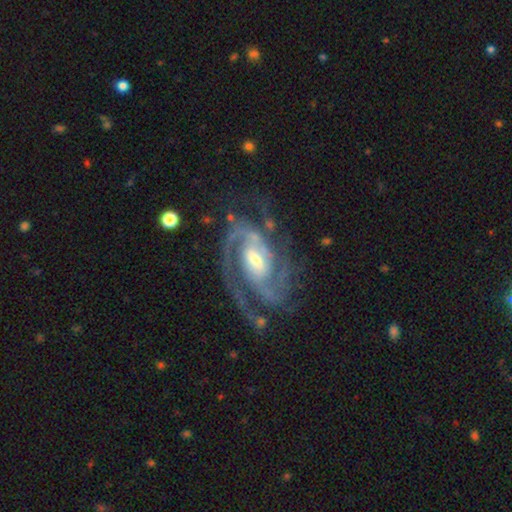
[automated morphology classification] type=featured or disk (93%); edge-on=no (97%); bar=weak (42%); spiral arms=yes (98%); winding=tight (54%); arm count=2 (54%); bulge=moderate (58%); merging=none (72%).